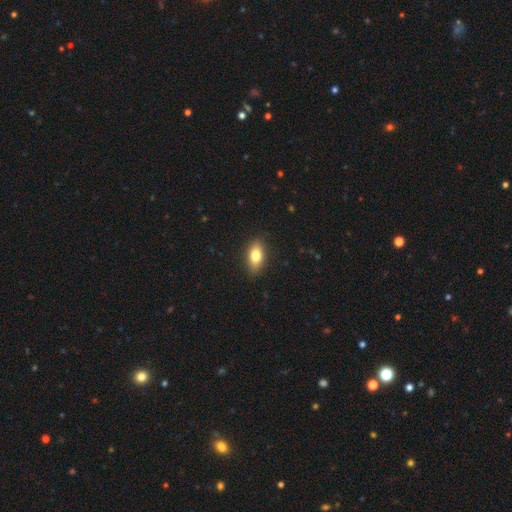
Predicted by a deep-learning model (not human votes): smooth-or-featured: smooth: 79% | featured or disk: 13% | star or artifact: 8%
  how-rounded: in between: 86% | cigar-shaped: 8% | round: 7%
  merging: none: 87% | minor disturbance: 10% | major disturbance: 2% | merger: 1%